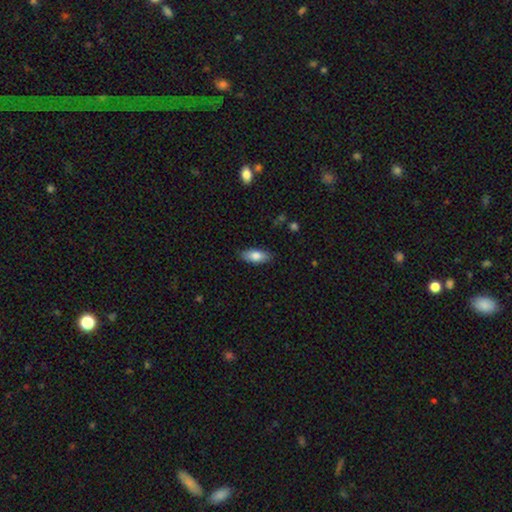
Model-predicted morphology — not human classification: This is likely a smooth galaxy (80%). How rounded: clearly in between (84%). Merging: clearly none (87%).